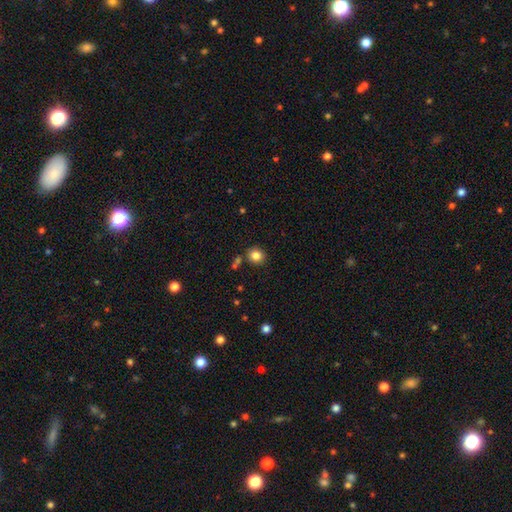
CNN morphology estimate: smooth 84%, star or artifact 11%, featured or disk 5%. Down the decision tree: how rounded — round (78%); merging — none (83%).